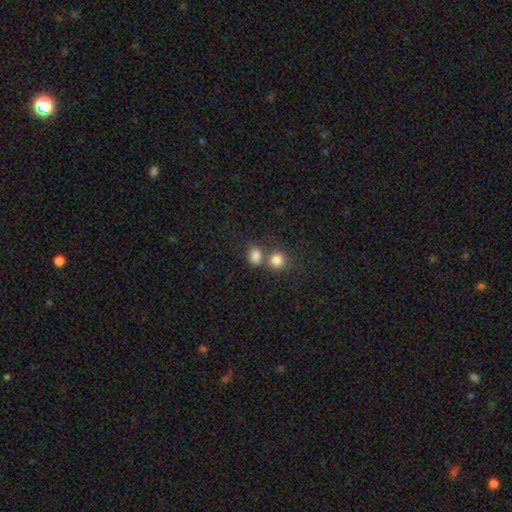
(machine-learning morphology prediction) type=smooth (82%); roundness=round (50%); merging=none (48%).